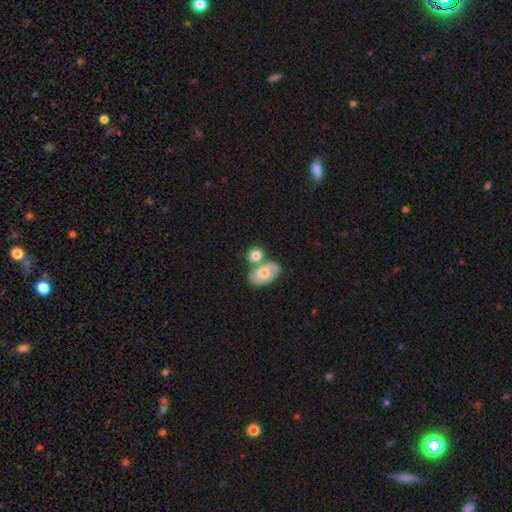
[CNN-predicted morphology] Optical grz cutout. It shows a smooth galaxy with no disk features (78%) that is round (55%). Merging: none (47%).